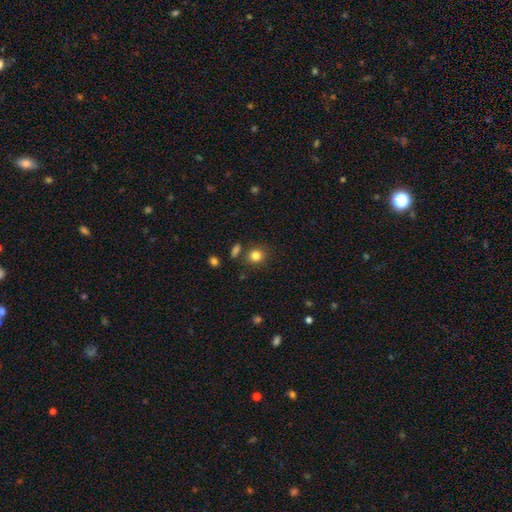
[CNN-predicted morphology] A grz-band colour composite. It shows a smooth galaxy with no disk features (83%) that is round (80%). Merging: none (80%).